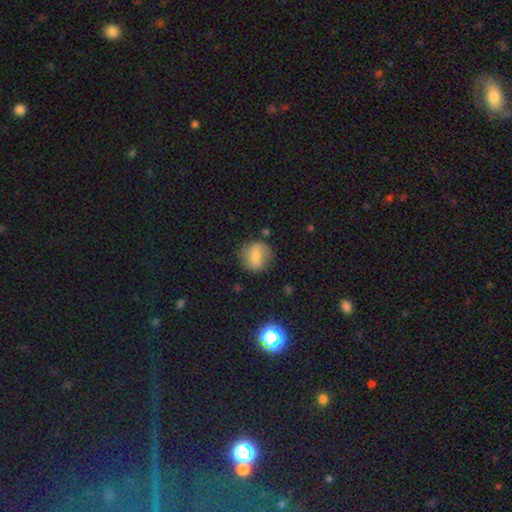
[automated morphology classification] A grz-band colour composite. It shows a smooth galaxy with no disk features (67%) that is round (76%). Merging: none (73%).